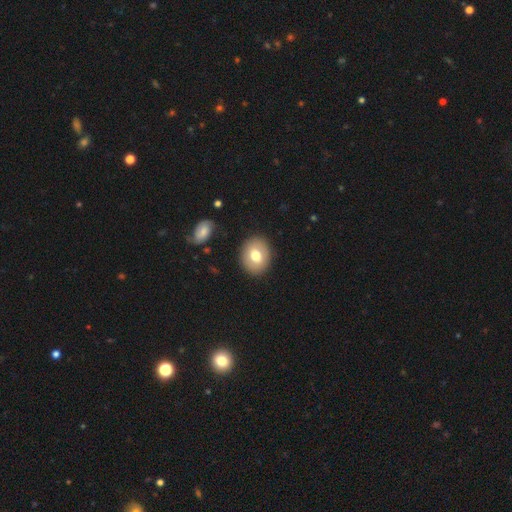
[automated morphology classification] type=smooth (72%); roundness=round (52%); merging=none (88%).